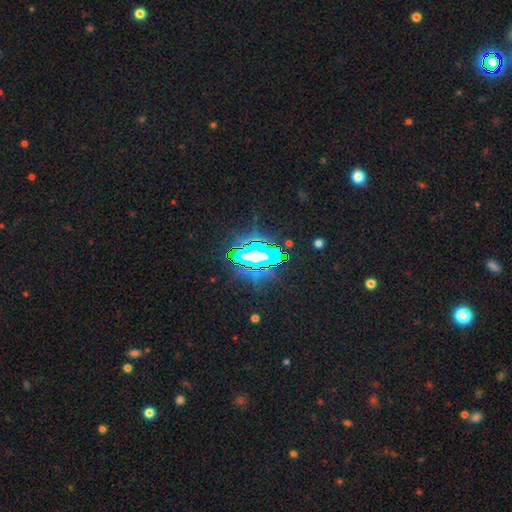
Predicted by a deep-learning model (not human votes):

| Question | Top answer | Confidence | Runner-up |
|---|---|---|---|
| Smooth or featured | star or artifact | 74% | featured or disk (15%) |